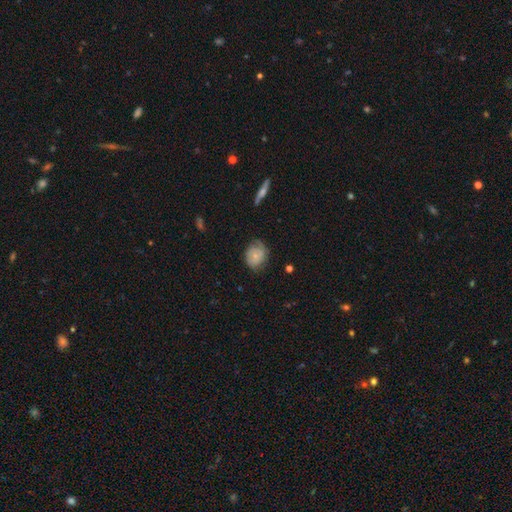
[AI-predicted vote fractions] smooth-or-featured: smooth: 47% | featured or disk: 46% | star or artifact: 8%
  merging: none: 57% | minor disturbance: 30% | major disturbance: 12% | merger: 2%